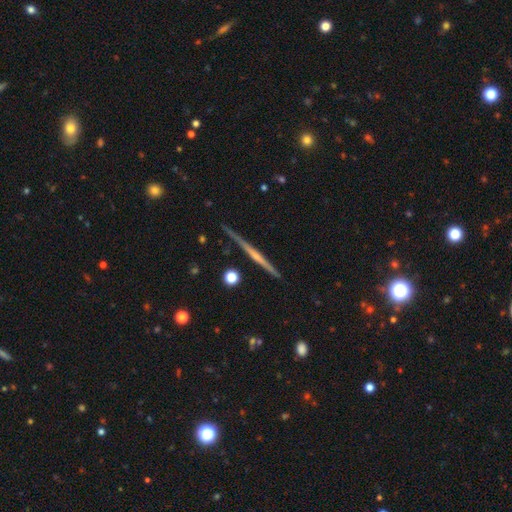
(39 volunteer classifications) Smooth or featured?
  - featured or disk: 95% *
  - smooth: 5%
  - star or artifact: 0%
Edge-on disk?
  - yes: 97% *
  - no: 3%
Edge-on bulge?
  - rounded: 69% *
  - none: 25%
  - boxy: 6%
Merging?
  - none: 85% *
  - minor disturbance: 15%
  - major disturbance: 0%
  - merger: 0%